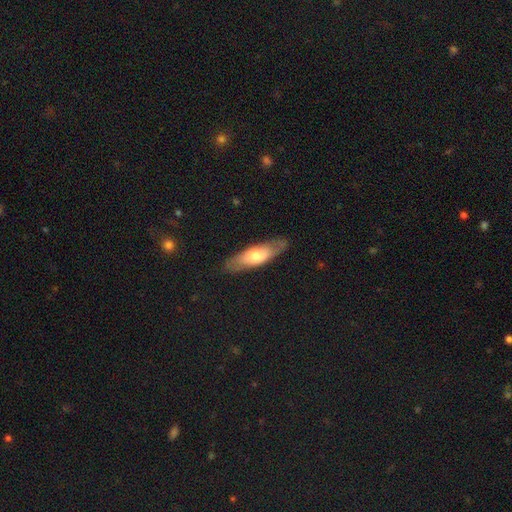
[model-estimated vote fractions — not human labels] The model was most divided on "how rounded": in between: 50%, cigar-shaped: 48%, round: 2%. More confident: merging — none (81%); smooth or featured — smooth (57%).